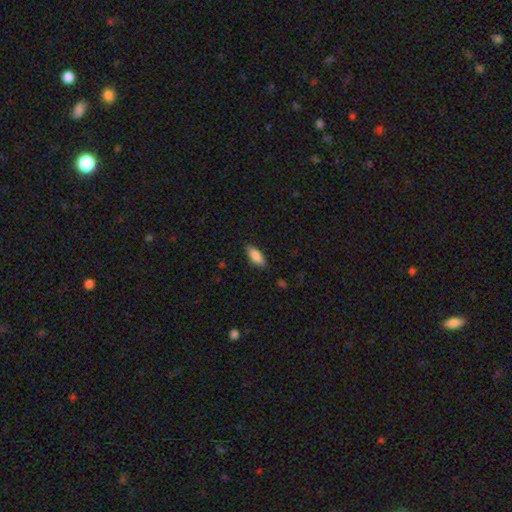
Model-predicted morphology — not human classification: Smooth or featured: smooth — 86% (featured or disk — 8%)
How rounded: in between — 79% (cigar-shaped — 19%)
Merging: none — 85% (minor disturbance — 11%)